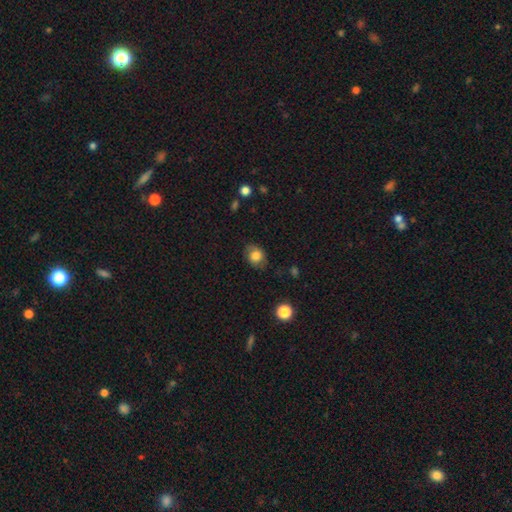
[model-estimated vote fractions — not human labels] A smooth galaxy with no disk features (79%) that is in between round and cigar-shaped (54%).

Vote fractions:
- Smooth or featured? smooth: 79% / featured or disk: 12% / star or artifact: 9%
- How rounded? in between: 54% / round: 45% / cigar-shaped: 1%
- Merging? none: 76% / minor disturbance: 18% / major disturbance: 5% / merger: 1%